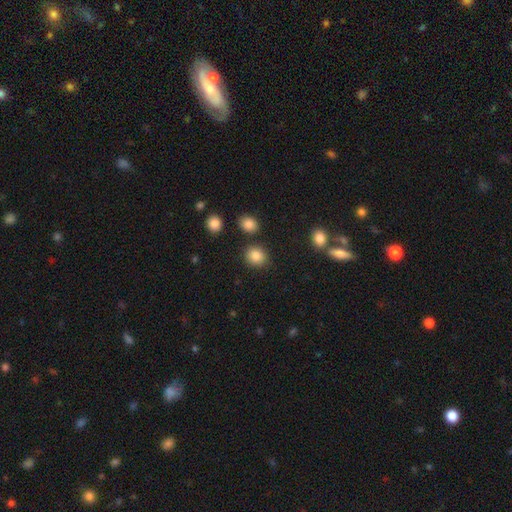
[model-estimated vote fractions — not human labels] This appears to be a smooth galaxy with no disk features (86%) that is round (79%). Merging: none (85%).